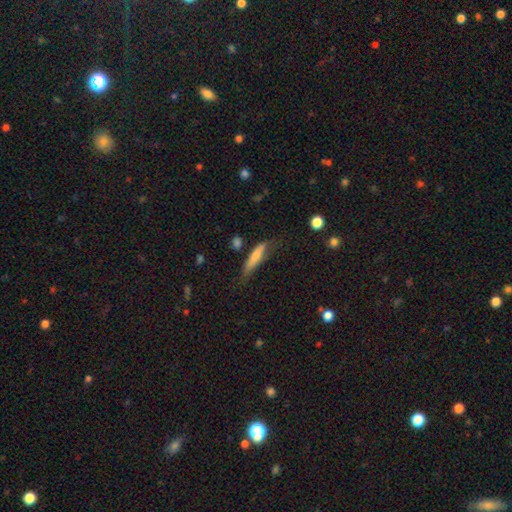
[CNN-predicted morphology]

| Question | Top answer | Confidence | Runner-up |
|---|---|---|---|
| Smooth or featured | smooth | 70% | featured or disk (23%) |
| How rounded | cigar-shaped | 80% | in between (18%) |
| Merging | none | 55% | minor disturbance (29%) |